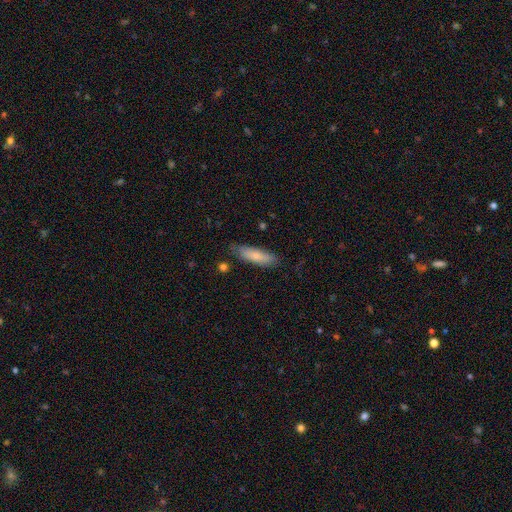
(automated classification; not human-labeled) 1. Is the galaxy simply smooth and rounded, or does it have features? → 77% smooth, 17% featured or disk, 6% star or artifact.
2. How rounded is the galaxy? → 55% cigar-shaped, 43% in between, 2% round.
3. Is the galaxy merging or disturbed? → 78% none, 17% minor disturbance, 3% major disturbance, 2% merger.